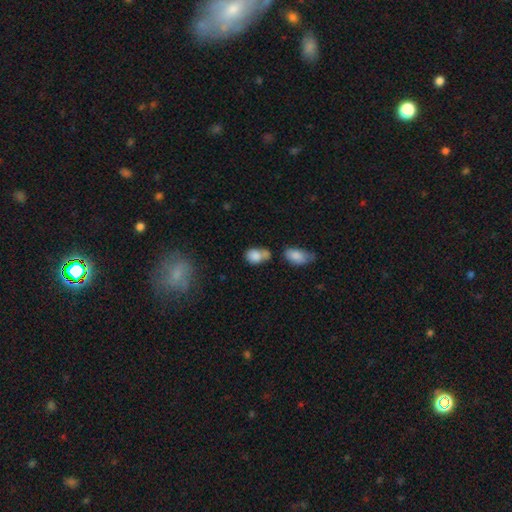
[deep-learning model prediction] Morphology: type=smooth (81%); roundness=in between (69%); merging=merger (41%).